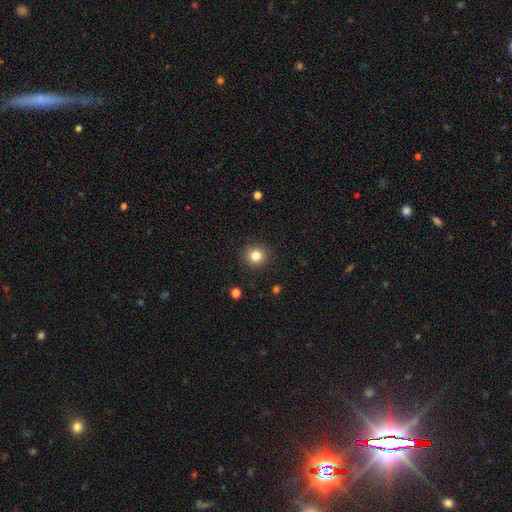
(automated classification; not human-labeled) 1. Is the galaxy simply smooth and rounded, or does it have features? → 83% smooth, 11% star or artifact, 6% featured or disk.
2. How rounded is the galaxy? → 90% round, 9% in between, 1% cigar-shaped.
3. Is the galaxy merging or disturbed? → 90% none, 7% minor disturbance, 2% major disturbance, 1% merger.